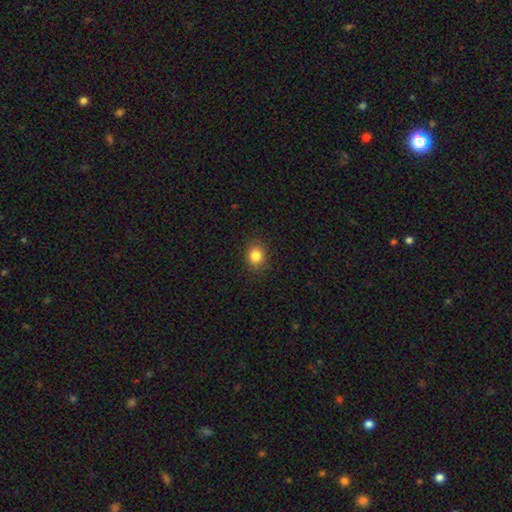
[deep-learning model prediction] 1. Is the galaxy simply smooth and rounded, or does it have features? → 84% smooth, 11% star or artifact, 5% featured or disk.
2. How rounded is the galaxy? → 66% round, 33% in between, 1% cigar-shaped.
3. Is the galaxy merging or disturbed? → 88% none, 8% minor disturbance, 2% major disturbance, 1% merger.